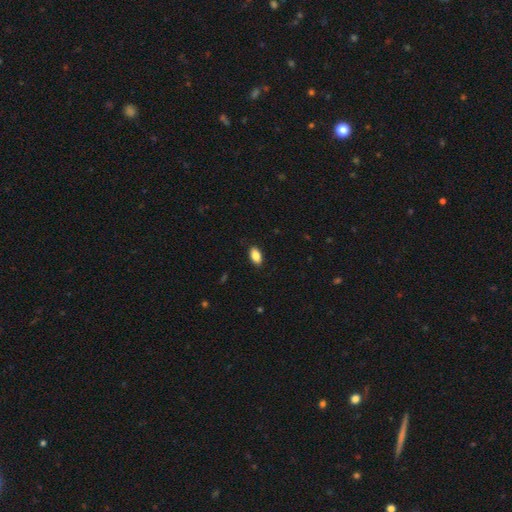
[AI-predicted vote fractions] A smooth galaxy with no disk features (87%) that is in between round and cigar-shaped (91%). Merging: none (88%).